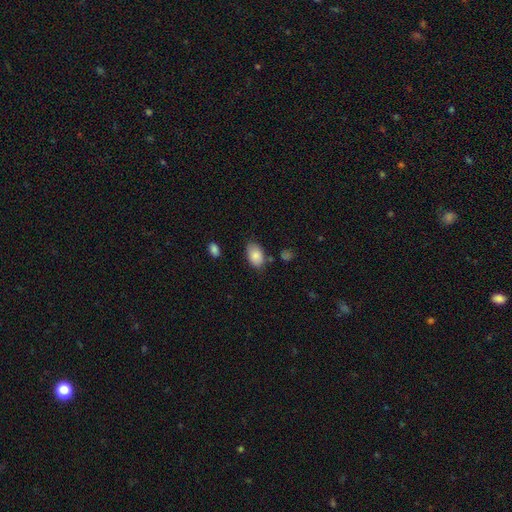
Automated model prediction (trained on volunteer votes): Smooth or featured: smooth — 86% (featured or disk — 7%)
How rounded: in between — 91% (round — 7%)
Merging: none — 74% (minor disturbance — 18%)